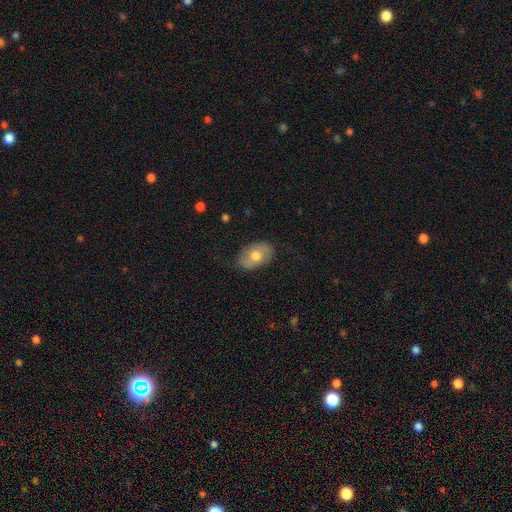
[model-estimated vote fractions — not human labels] Smooth or featured? smooth (62%)
How rounded? in between (87%)
Merging? none (76%)